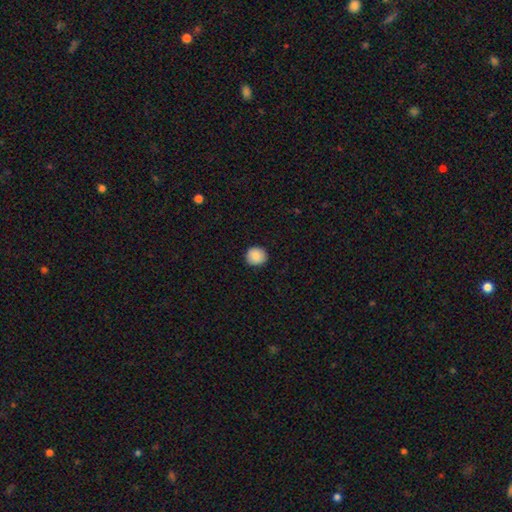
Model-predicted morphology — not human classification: smooth 87%, star or artifact 8%, featured or disk 5%. Down the decision tree: how rounded — round (91%); merging — none (91%).